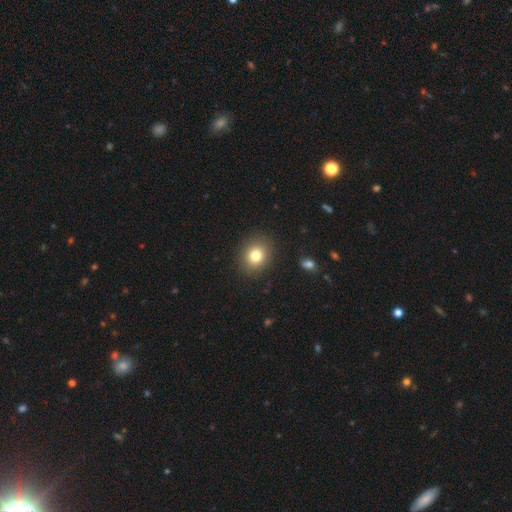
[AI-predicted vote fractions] Morphology: type=smooth (80%); roundness=round (64%); merging=none (88%).